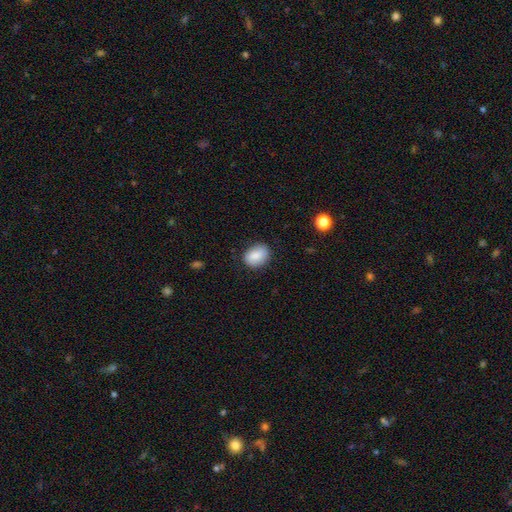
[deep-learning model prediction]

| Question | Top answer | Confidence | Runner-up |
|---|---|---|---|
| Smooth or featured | smooth | 84% | featured or disk (8%) |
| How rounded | in between | 69% | round (30%) |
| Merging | none | 82% | minor disturbance (14%) |